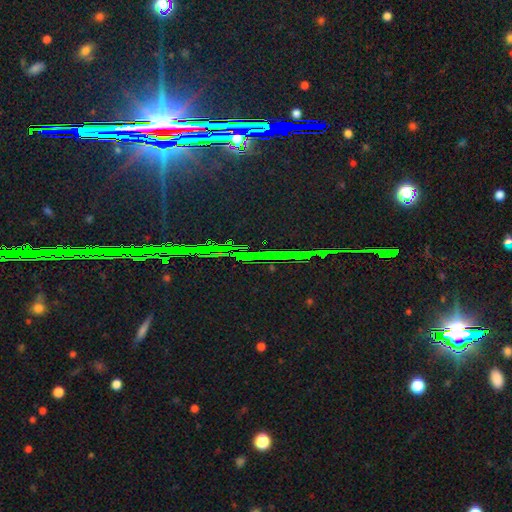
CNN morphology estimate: This appears to be a star or artifact, not a galaxy (84%).